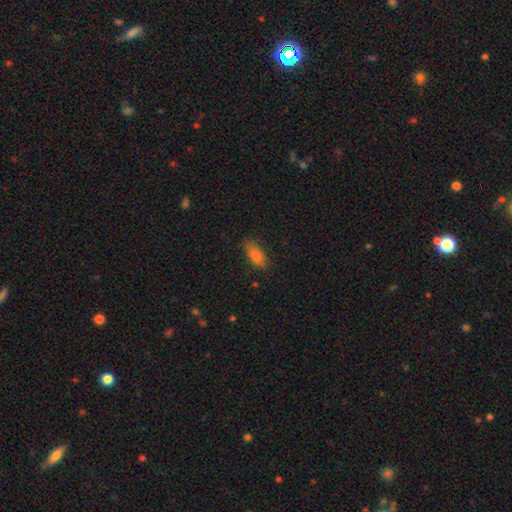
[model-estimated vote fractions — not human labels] The model was most divided on "how rounded": in between: 78%, cigar-shaped: 19%, round: 3%. More confident: smooth or featured — smooth (81%); merging — none (81%).